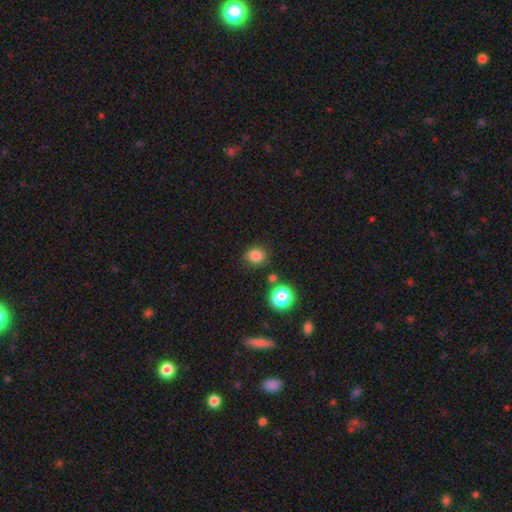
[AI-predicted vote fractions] Smooth or featured: smooth — 83% (star or artifact — 13%)
How rounded: round — 85% (in between — 14%)
Merging: none — 83% (minor disturbance — 9%)